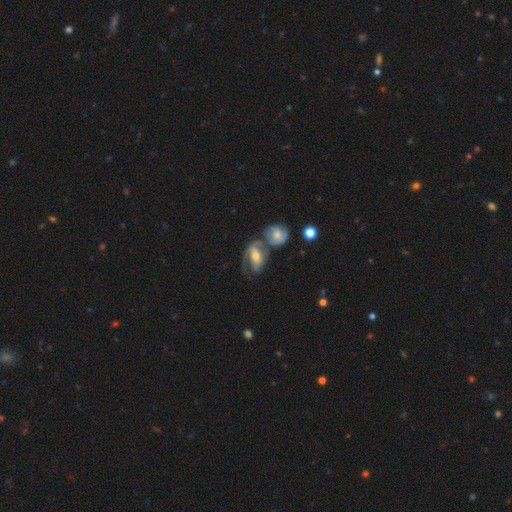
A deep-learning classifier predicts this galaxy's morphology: smooth_or_featured: featured or disk (p=0.69) [alt: smooth p=0.24]
disk_edge_on: no (p=0.93) [alt: yes p=0.07]
bar: weak (p=0.39) [tied with: no p=0.39]
has_spiral_arms: yes (p=0.84) [alt: no p=0.16]
spiral_winding: medium (p=0.42) [alt: tight p=0.41]
spiral_arm_count: 2 (p=0.52) [alt: can't tell p=0.24]
bulge_size: moderate (p=0.57) [alt: small p=0.32]
merging: merger (p=0.47) [alt: none p=0.28]